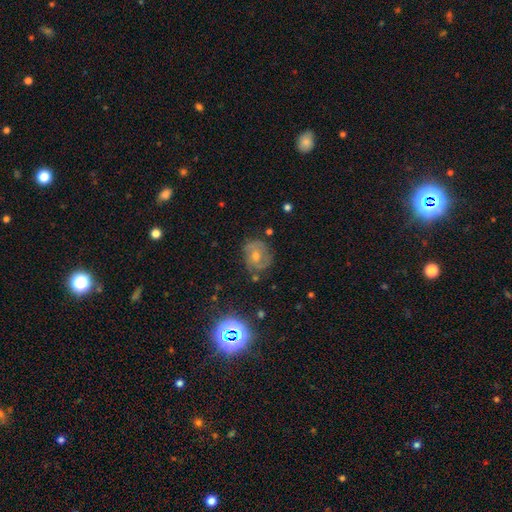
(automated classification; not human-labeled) A featured or disk galaxy (60%) with no bar (65%), spiral arms (81%) and a moderate central bulge (60%).

Vote fractions:
- Smooth or featured? featured or disk: 60% / smooth: 21% / star or artifact: 20%
- Edge-on disk? no: 97% / yes: 3%
- Bar? no: 65% / weak: 27% / strong: 7%
- Spiral arms? yes: 81% / no: 19%
- Bulge size? moderate: 60% / small: 35% / large: 3% / none: 2% / dominant: 1%
- Merging? none: 73% / minor disturbance: 18% / major disturbance: 7% / merger: 2%